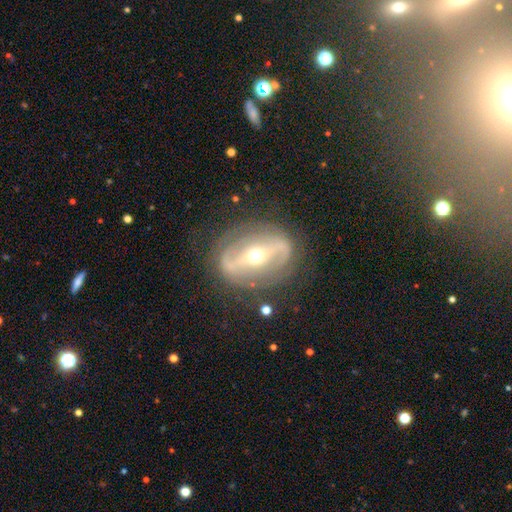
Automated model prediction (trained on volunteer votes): smooth_or_featured: featured or disk (p=0.81) [alt: smooth p=0.12]
disk_edge_on: no (p=0.89) [alt: yes p=0.11]
bar: strong (p=0.71) [alt: weak p=0.18]
has_spiral_arms: yes (p=0.63) [alt: no p=0.37]
bulge_size: moderate (p=0.52) [alt: small p=0.43]
merging: none (p=0.76) [alt: minor disturbance p=0.14]